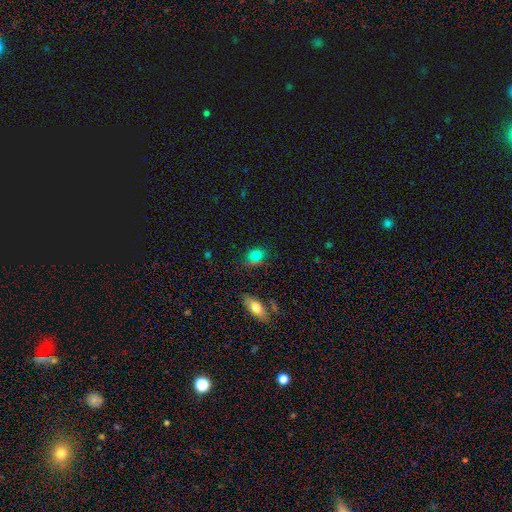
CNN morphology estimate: Q: Smooth or featured?
A: smooth (73%); runner-up: star or artifact (19%)
Q: How rounded?
A: in between (59%); runner-up: round (37%)
Q: Merging?
A: none (69%); runner-up: minor disturbance (18%)